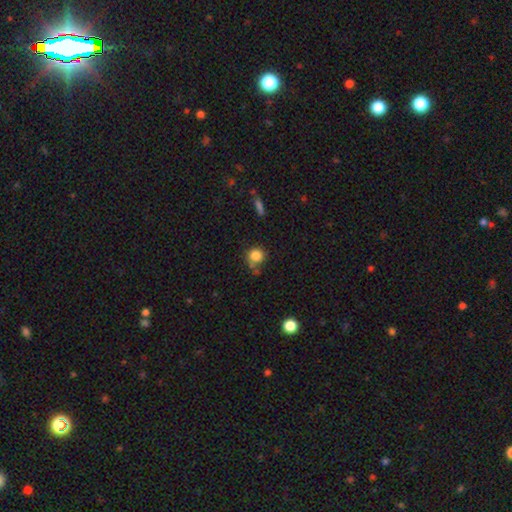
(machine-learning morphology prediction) Smooth or featured? smooth (83%)
How rounded? round (87%)
Merging? none (61%)